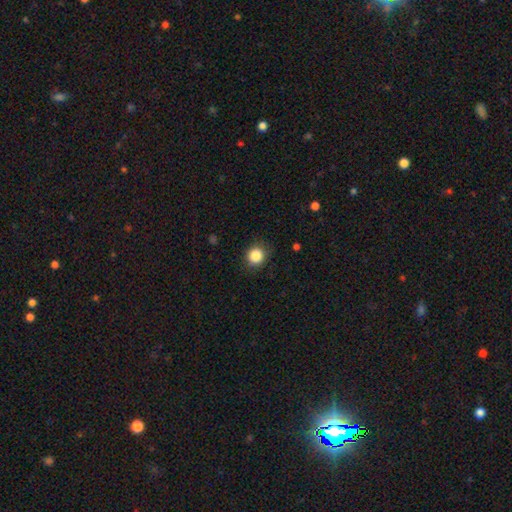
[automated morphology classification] Smooth or featured? smooth (86%)
How rounded? round (88%)
Merging? none (86%)